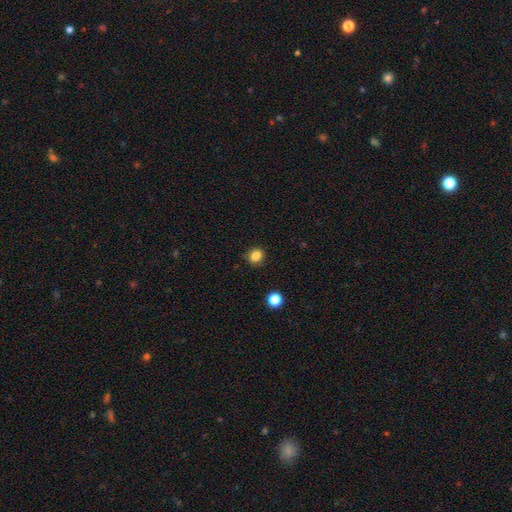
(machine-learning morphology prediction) A smooth galaxy with no disk features (85%) that is round (74%).

Vote fractions:
- Smooth or featured? smooth: 85% / star or artifact: 11% / featured or disk: 3%
- How rounded? round: 74% / in between: 25% / cigar-shaped: 1%
- Merging? none: 88% / minor disturbance: 9% / major disturbance: 2% / merger: 1%